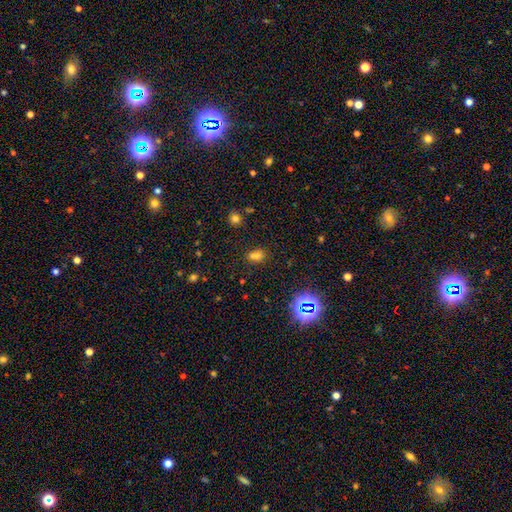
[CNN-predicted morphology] Smooth or featured: smooth — 67% (star or artifact — 25%)
How rounded: in between — 73% (round — 21%)
Merging: none — 70% (minor disturbance — 13%)